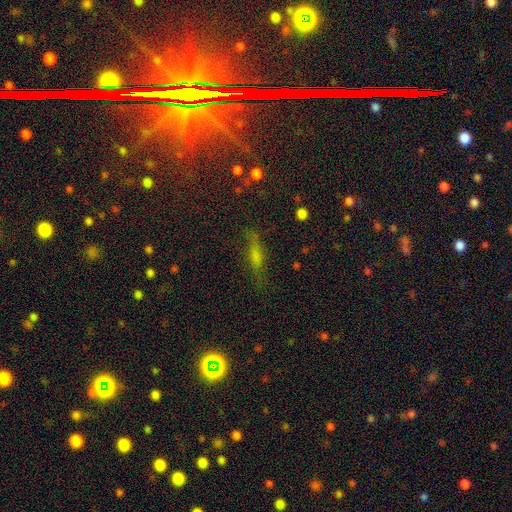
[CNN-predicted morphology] Smooth or featured: smooth — 41% (featured or disk — 32%)
Merging: none — 72% (minor disturbance — 17%)